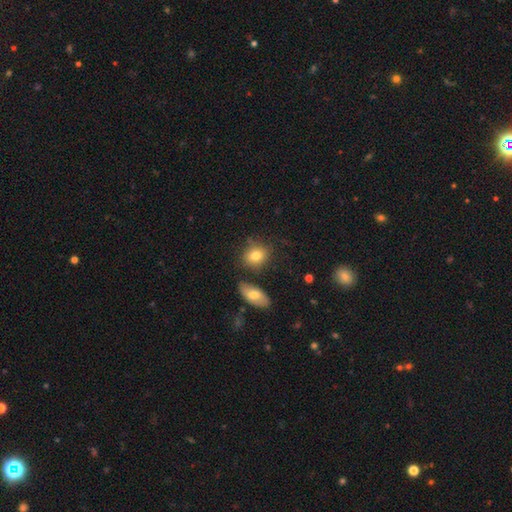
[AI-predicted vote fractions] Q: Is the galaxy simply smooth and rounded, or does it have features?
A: smooth — 80%.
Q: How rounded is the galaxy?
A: in between — 49%, tied with round.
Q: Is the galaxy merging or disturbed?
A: none — 72%.